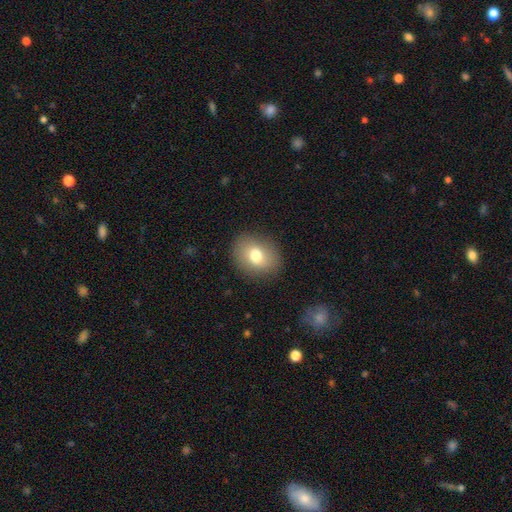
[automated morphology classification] This appears to be a smooth galaxy with no disk features (74%) that is round (52%). Merging: none (87%).